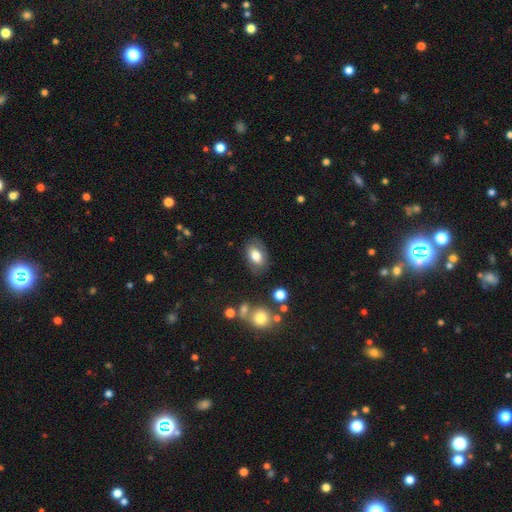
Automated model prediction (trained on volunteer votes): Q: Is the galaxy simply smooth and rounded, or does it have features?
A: smooth — 75%.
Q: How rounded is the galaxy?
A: in between — 87%.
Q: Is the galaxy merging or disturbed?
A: none — 78%.